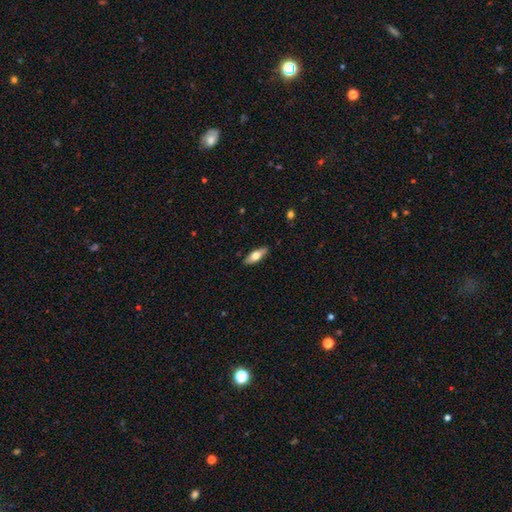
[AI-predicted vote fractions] This appears to be a smooth galaxy with no disk features (60%) that is in between round and cigar-shaped (62%). Merging: none (88%).